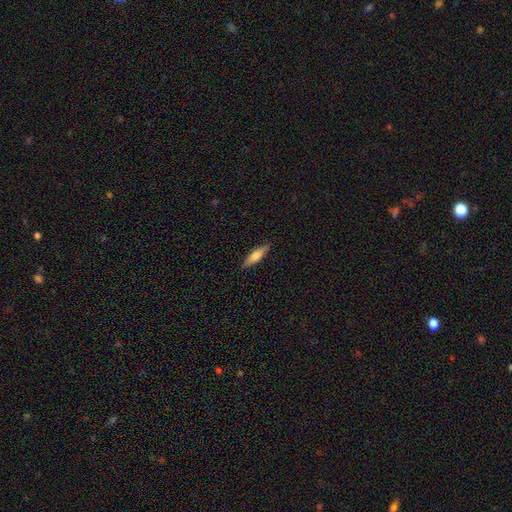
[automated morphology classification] This is possibly a smooth galaxy (58%). How rounded: likely cigar-shaped (72%). Merging: clearly none (90%).